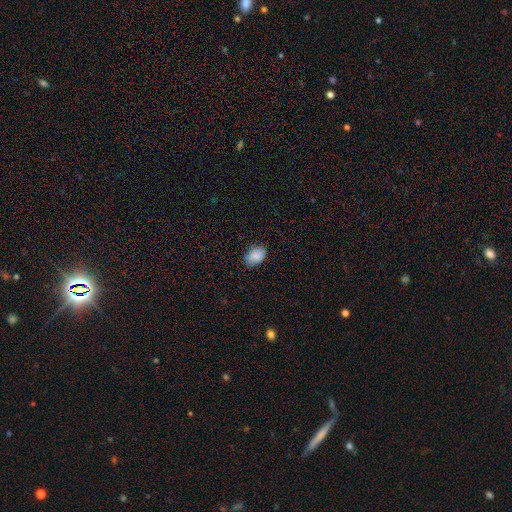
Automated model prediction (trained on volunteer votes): Smooth or featured? Predicted: smooth (p=0.84). How rounded? Predicted: in between (p=0.80). Merging? Predicted: none (p=0.77).